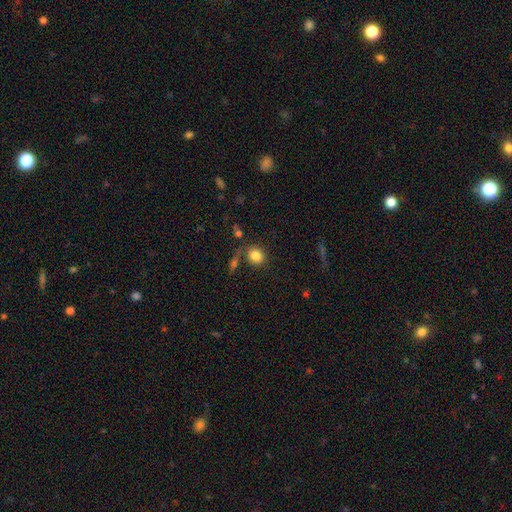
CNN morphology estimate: Smooth or featured?
  - smooth: 83% *
  - star or artifact: 10%
  - featured or disk: 7%
How rounded?
  - round: 64% *
  - in between: 34%
  - cigar-shaped: 1%
Merging?
  - none: 70% *
  - merger: 13%
  - minor disturbance: 13%
  - major disturbance: 5%